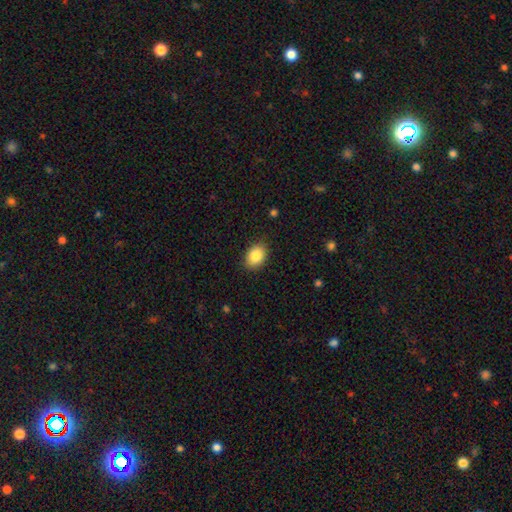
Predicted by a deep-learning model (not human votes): Smooth or featured? Predicted: smooth (p=0.85). How rounded? Predicted: in between (p=0.75). Merging? Predicted: none (p=0.88).